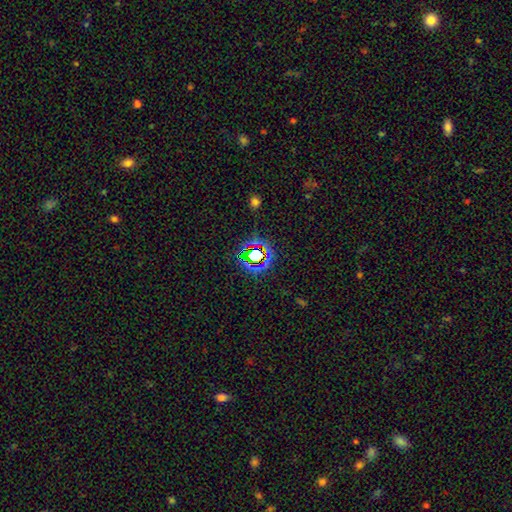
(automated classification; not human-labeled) Smooth or featured? Predicted: star or artifact (p=0.71).